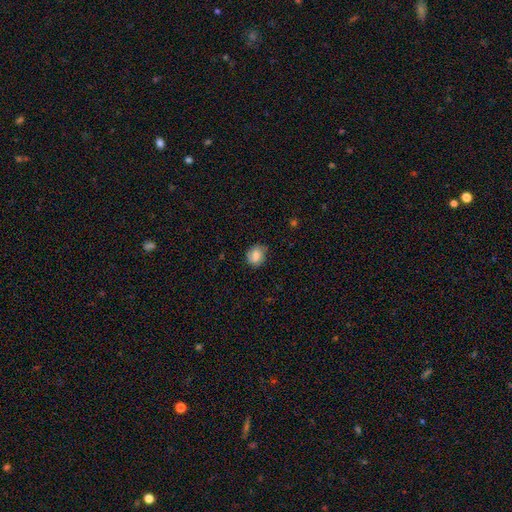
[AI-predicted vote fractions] This appears to be a smooth galaxy with no disk features (73%) that is round (69%). Merging: none (72%).